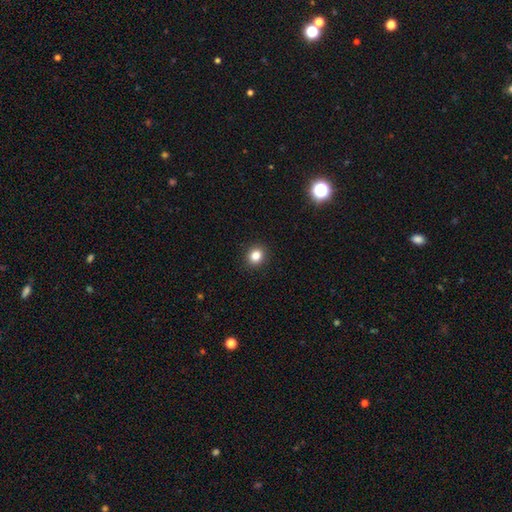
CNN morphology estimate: Smooth or featured? Predicted: smooth (p=0.84). How rounded? Predicted: round (p=0.78). Merging? Predicted: none (p=0.92).